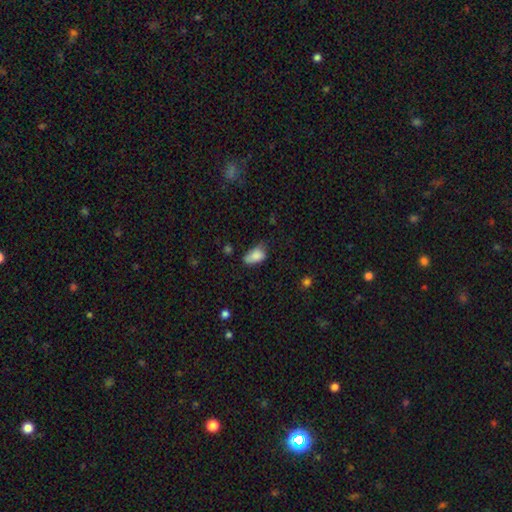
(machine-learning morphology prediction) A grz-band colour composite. It shows a smooth galaxy with no disk features (83%) that is in between round and cigar-shaped (91%). Merging: none (42%).